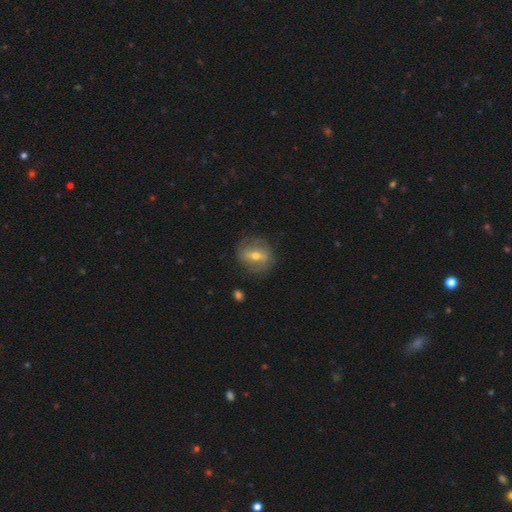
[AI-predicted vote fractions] Morphology: type=featured or disk (61%); edge-on=no (88%); bar=strong (45%); spiral arms=no (57%); bulge=moderate (64%); merging=none (78%).